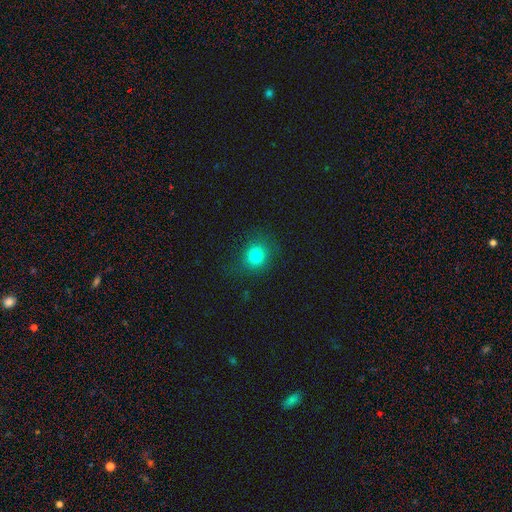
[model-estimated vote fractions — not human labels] Smooth or featured?
  - smooth: 79% *
  - star or artifact: 14%
  - featured or disk: 7%
How rounded?
  - round: 82% *
  - in between: 17%
  - cigar-shaped: 1%
Merging?
  - none: 84% *
  - minor disturbance: 11%
  - major disturbance: 4%
  - merger: 1%